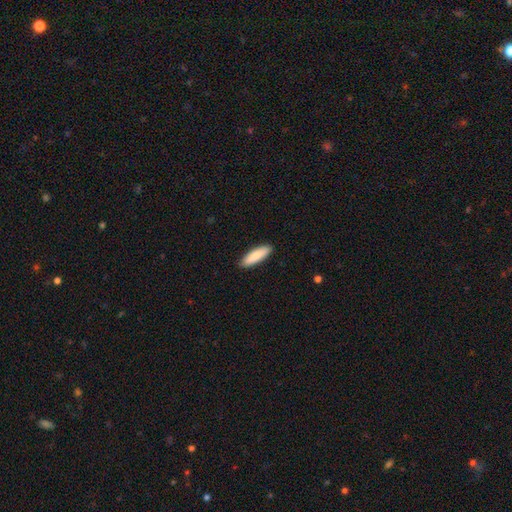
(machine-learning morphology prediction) type=smooth (86%); roundness=cigar-shaped (56%); merging=none (90%).